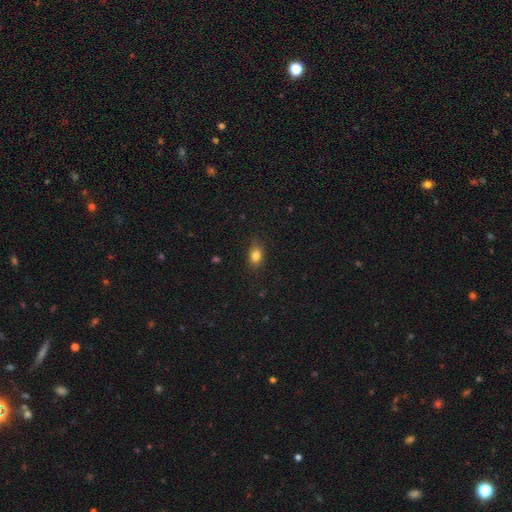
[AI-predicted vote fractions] This appears to be a smooth galaxy with no disk features (82%) that is in between round and cigar-shaped (69%). Merging: none (83%).